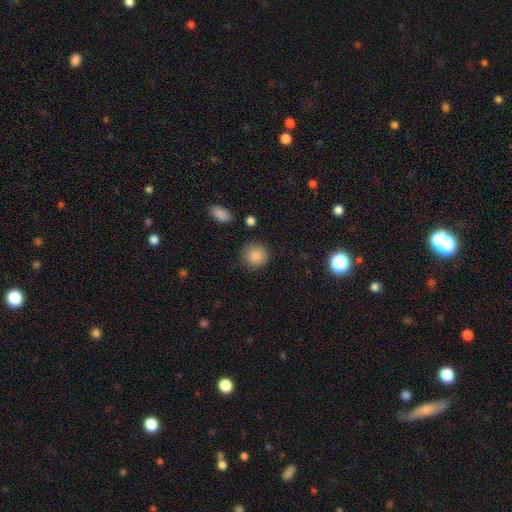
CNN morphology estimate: type=smooth (87%); roundness=round (91%); merging=none (87%).